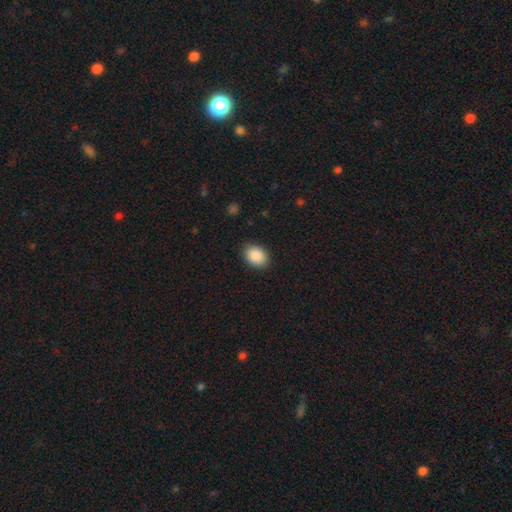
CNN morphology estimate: Smooth or featured? smooth (89%)
How rounded? in between (73%)
Merging? none (87%)